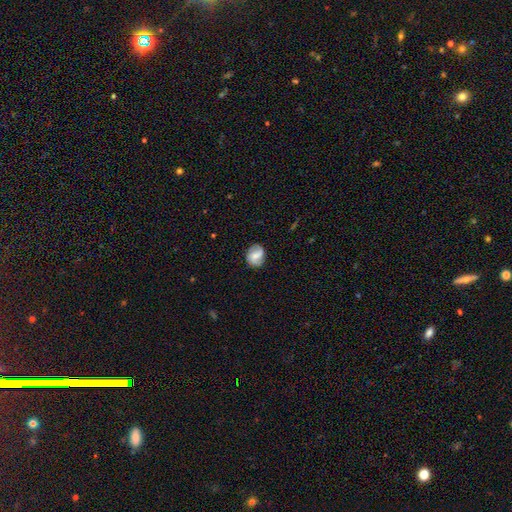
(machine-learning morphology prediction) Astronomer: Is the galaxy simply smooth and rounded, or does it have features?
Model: featured or disk — 58% (runner-up: smooth, 35%).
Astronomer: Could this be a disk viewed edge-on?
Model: no — 97%.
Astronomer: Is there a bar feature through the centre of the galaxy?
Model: weak — 48% (runner-up: no, 30%).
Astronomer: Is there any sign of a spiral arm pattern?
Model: yes — 89%.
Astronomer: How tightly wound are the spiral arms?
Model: medium — 40% (runner-up: loose, 39%).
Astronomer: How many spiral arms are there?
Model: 2 — 84%.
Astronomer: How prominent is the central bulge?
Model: small — 39% (runner-up: moderate, 34%).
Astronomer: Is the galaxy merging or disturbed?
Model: none — 78%.